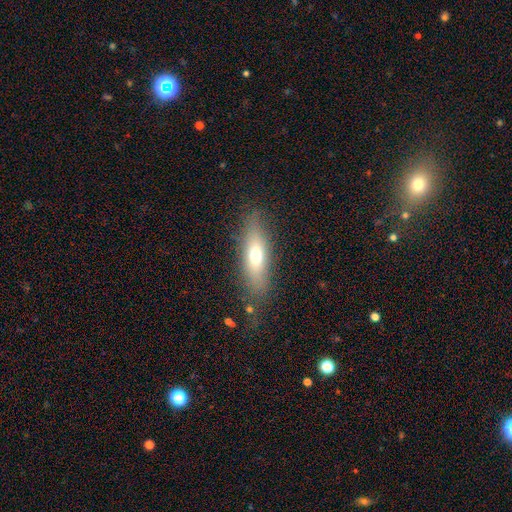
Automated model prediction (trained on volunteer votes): Overall: smooth (62%; featured or disk 29%). How rounded: in between (52%; cigar-shaped 44%). Merging: none (79%).